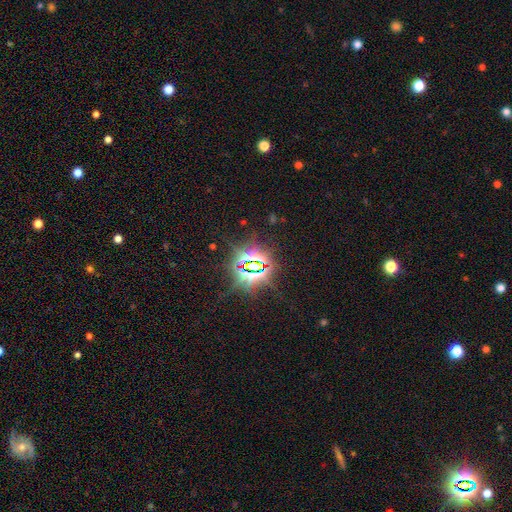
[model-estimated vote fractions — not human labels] A star or artifact, not a galaxy (84%).